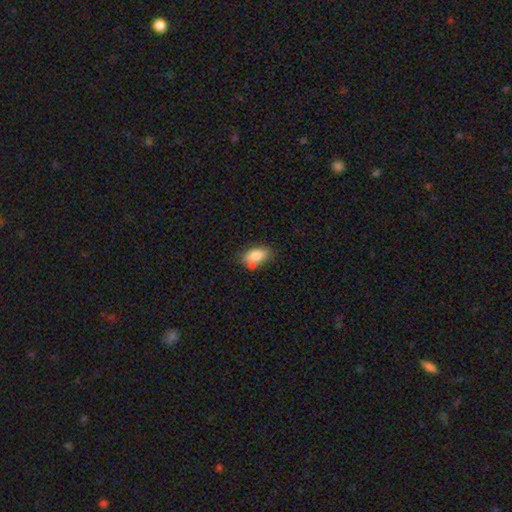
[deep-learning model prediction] A smooth galaxy with no disk features (77%) that is in between round and cigar-shaped (88%). Merging: none (54%).